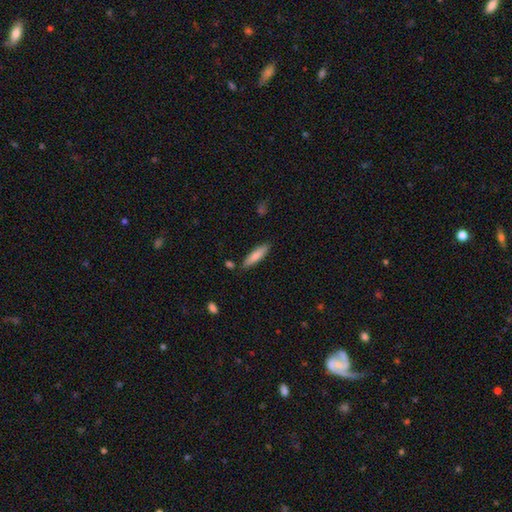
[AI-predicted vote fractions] smooth_or_featured: smooth (p=0.79) [alt: featured or disk p=0.15]
how_rounded: cigar-shaped (p=0.75) [alt: in between p=0.23]
merging: none (p=0.83) [alt: minor disturbance p=0.11]